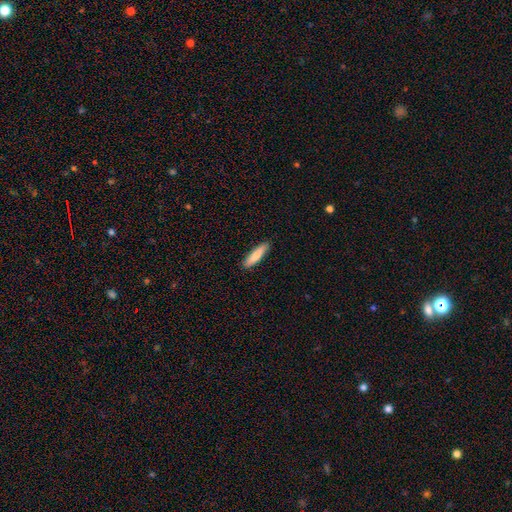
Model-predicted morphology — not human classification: Smooth or featured?
  - smooth: 82% *
  - featured or disk: 12%
  - star or artifact: 5%
How rounded?
  - cigar-shaped: 79% *
  - in between: 20%
  - round: 1%
Merging?
  - none: 89% *
  - minor disturbance: 8%
  - major disturbance: 2%
  - merger: 1%